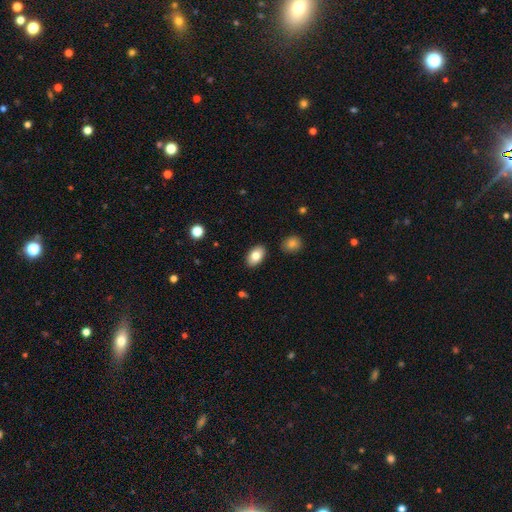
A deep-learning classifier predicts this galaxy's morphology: A smooth galaxy with no disk features (80%) that is in between round and cigar-shaped (92%). Merging: none (88%).